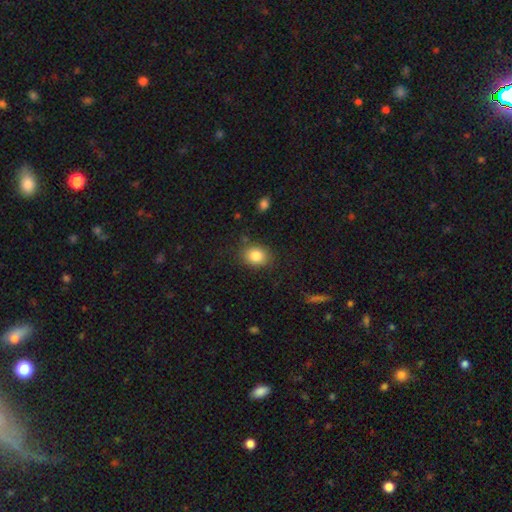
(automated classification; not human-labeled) This is clearly a smooth galaxy (84%). How rounded: possibly in between (54%). Merging: clearly none (82%).